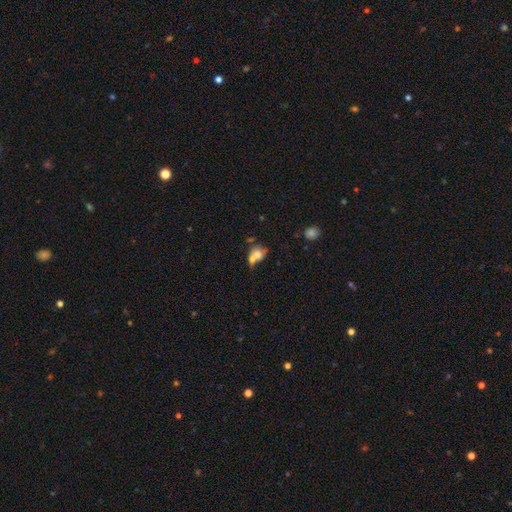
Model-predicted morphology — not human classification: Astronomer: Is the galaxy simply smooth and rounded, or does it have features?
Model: smooth — 69%.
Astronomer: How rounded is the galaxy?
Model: round — 52% (runner-up: in between, 46%).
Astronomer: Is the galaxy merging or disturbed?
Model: merger — 58%.